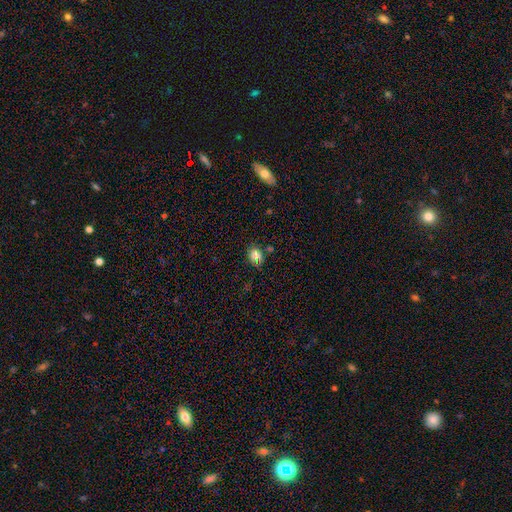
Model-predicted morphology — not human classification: Smooth or featured? smooth (79%)
How rounded? in between (68%)
Merging? none (79%)